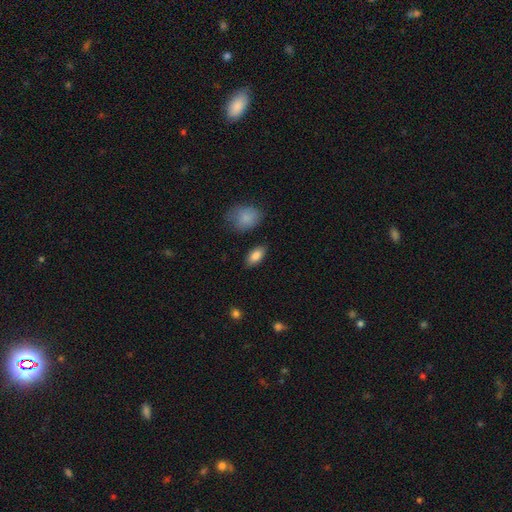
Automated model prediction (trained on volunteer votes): Smooth or featured?
  - smooth: 85% *
  - featured or disk: 8%
  - star or artifact: 7%
How rounded?
  - in between: 92% *
  - cigar-shaped: 4%
  - round: 3%
Merging?
  - none: 85% *
  - minor disturbance: 10%
  - major disturbance: 3%
  - merger: 2%